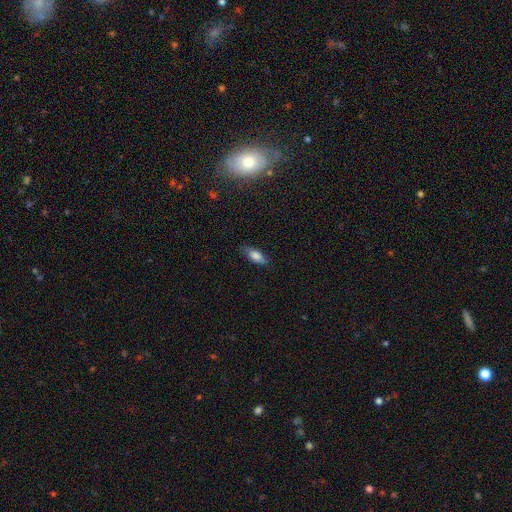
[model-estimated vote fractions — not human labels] A smooth galaxy with no disk features (79%) that is in between round and cigar-shaped (74%). Merging: none (78%).